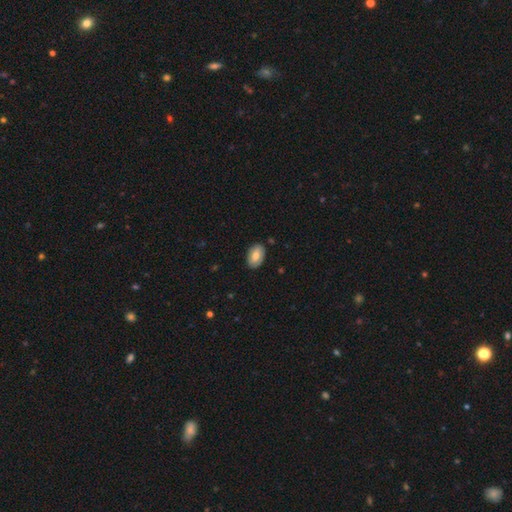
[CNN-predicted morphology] Smooth or featured? Predicted: smooth (p=0.66). How rounded? Predicted: in between (p=0.91). Merging? Predicted: none (p=0.85).